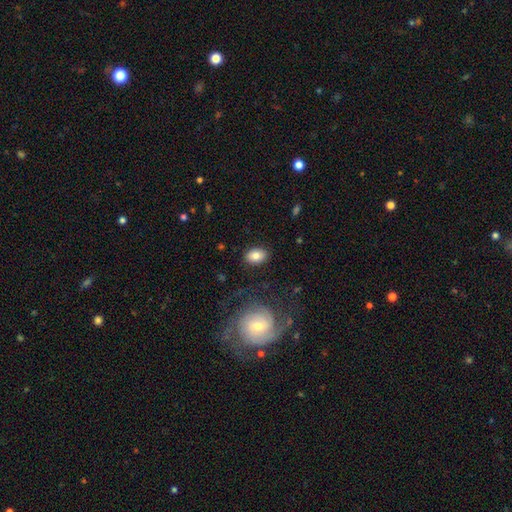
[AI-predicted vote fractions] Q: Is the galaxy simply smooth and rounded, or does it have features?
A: smooth — 80%.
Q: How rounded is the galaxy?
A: in between — 81%.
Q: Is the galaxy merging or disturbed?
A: none — 86%.